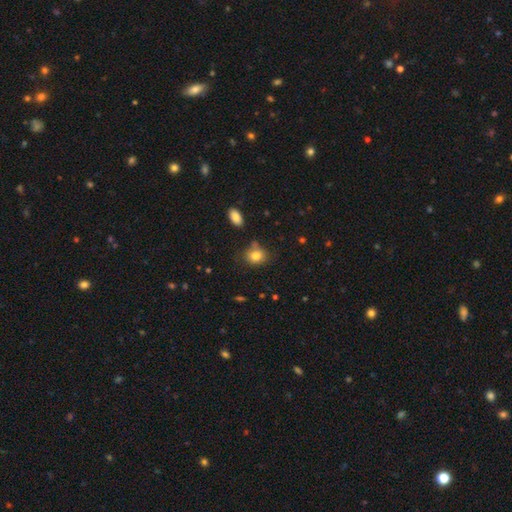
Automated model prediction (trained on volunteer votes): Smooth or featured?
  - smooth: 81% *
  - star or artifact: 10%
  - featured or disk: 9%
How rounded?
  - round: 50% *
  - in between: 49%
  - cigar-shaped: 1%
Merging?
  - none: 66% *
  - minor disturbance: 20%
  - merger: 9%
  - major disturbance: 5%